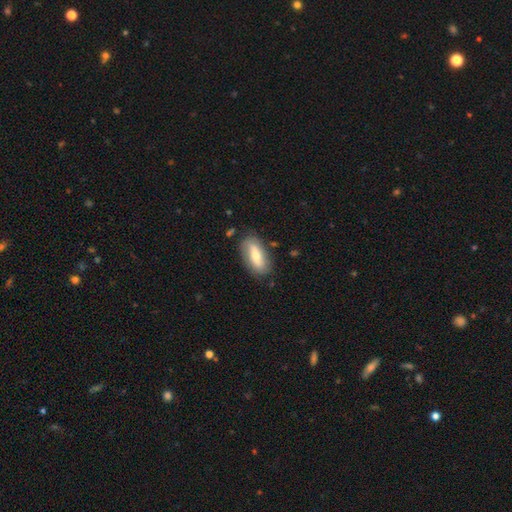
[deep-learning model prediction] Smooth or featured? Predicted: smooth (p=0.56). How rounded? Predicted: in between (p=0.82). Merging? Predicted: none (p=0.79).